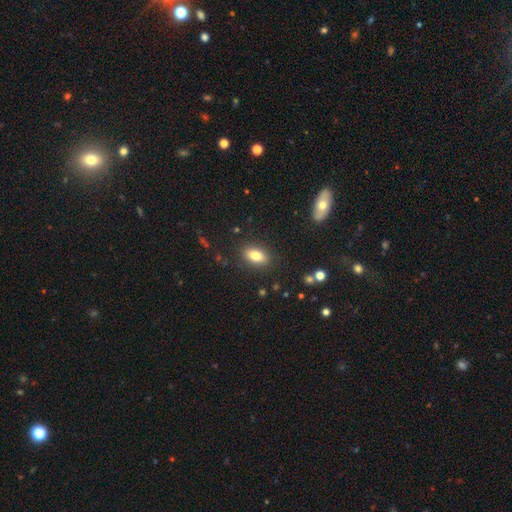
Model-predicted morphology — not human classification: This is clearly a smooth galaxy (80%). How rounded: clearly in between (86%). Merging: clearly none (87%).